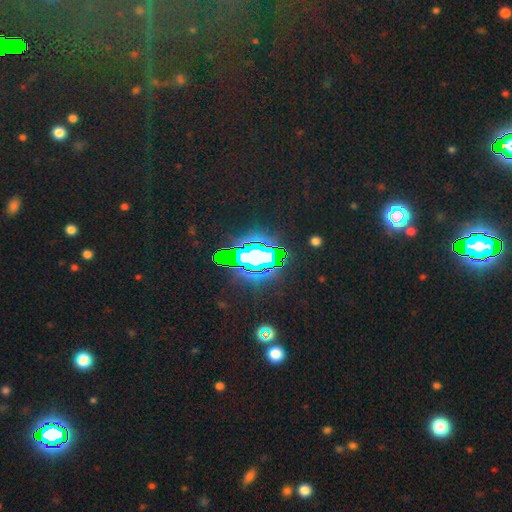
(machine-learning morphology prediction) Smooth or featured? Predicted: star or artifact (p=0.72).